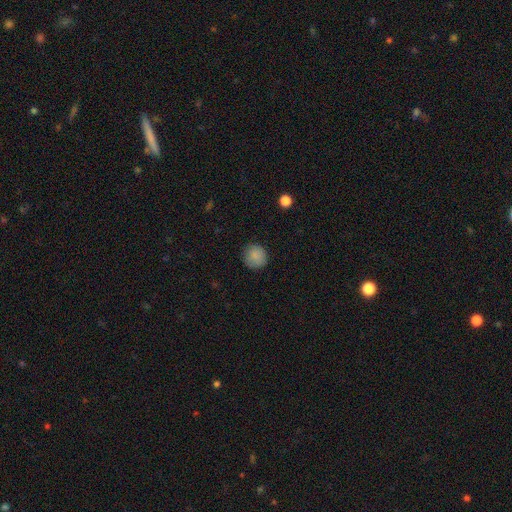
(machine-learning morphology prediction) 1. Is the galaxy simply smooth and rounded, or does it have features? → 87% smooth, 9% star or artifact, 4% featured or disk.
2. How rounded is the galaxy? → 91% round, 8% in between, 1% cigar-shaped.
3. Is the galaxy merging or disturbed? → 86% none, 10% minor disturbance, 3% major disturbance, 1% merger.